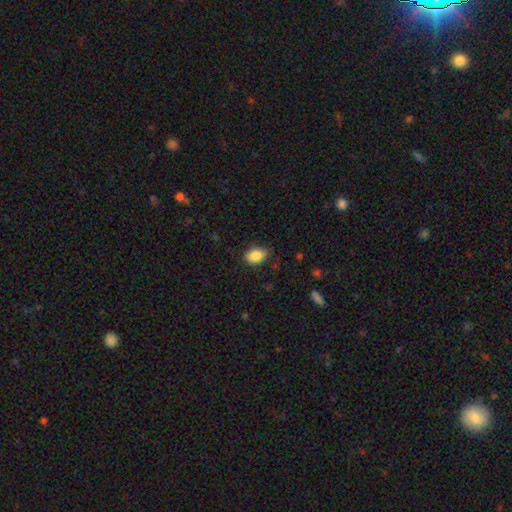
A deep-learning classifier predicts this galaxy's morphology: smooth_or_featured: smooth (p=0.87) [alt: star or artifact p=0.08]
how_rounded: in between (p=0.84) [alt: round p=0.15]
merging: none (p=0.79) [alt: minor disturbance p=0.16]